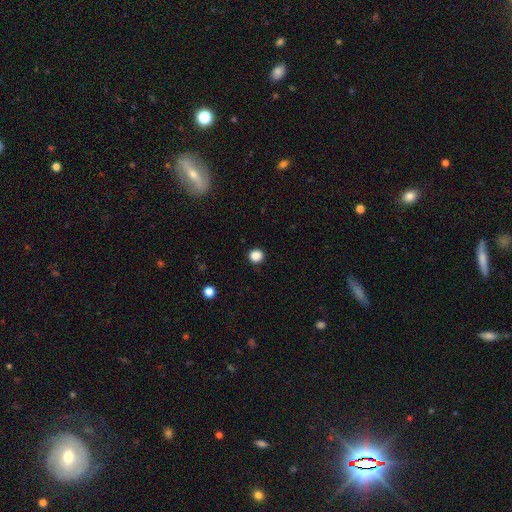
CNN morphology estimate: Smooth or featured? smooth (87%)
How rounded? round (91%)
Merging? none (92%)